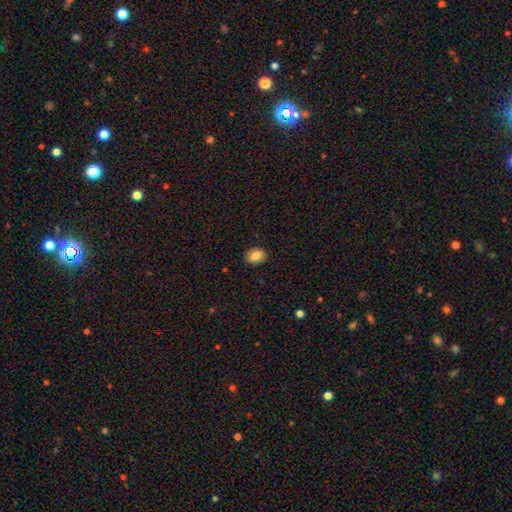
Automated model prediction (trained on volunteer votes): smooth 82%, featured or disk 10%, star or artifact 8%. Down the decision tree: how rounded — in between (64%); merging — none (88%).